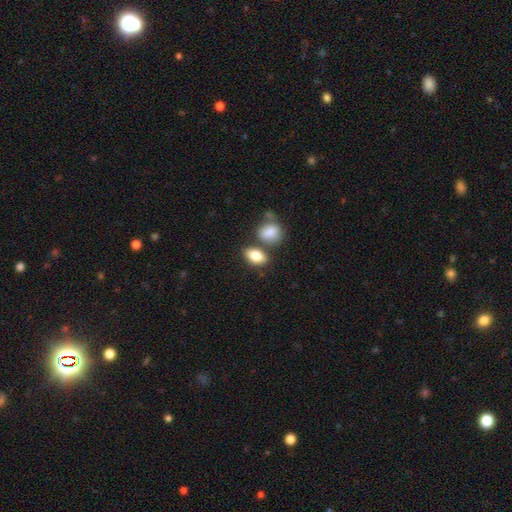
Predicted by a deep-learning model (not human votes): A smooth galaxy with no disk features (82%) that is in between round and cigar-shaped (85%). Merging: none (61%).